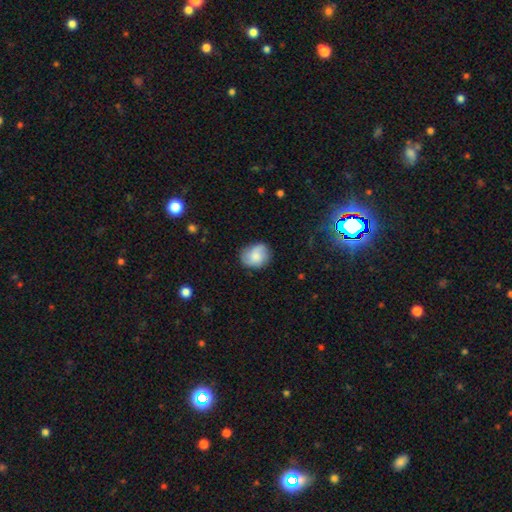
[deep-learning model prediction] The model was most divided on "how rounded": round: 56%, in between: 43%, cigar-shaped: 1%. More confident: merging — none (74%); smooth or featured — smooth (64%).